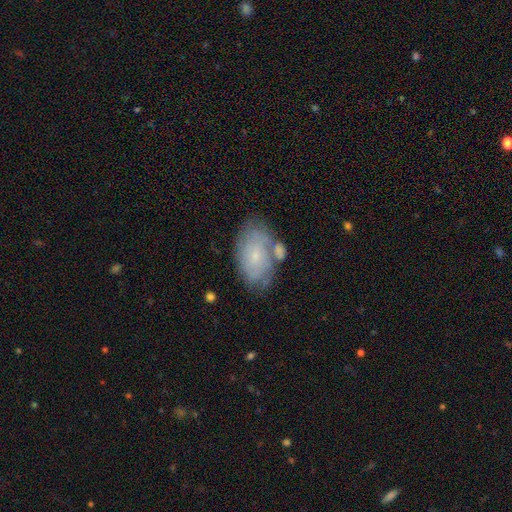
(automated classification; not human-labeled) Morphology: type=featured or disk (48%); merging=none (56%).